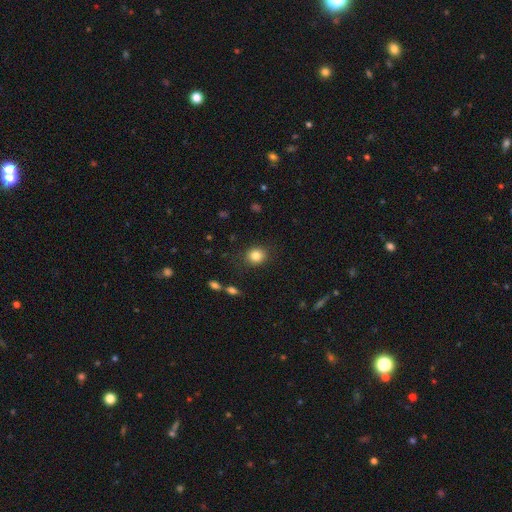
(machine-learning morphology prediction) Q: Smooth or featured?
A: smooth (83%); runner-up: star or artifact (10%)
Q: How rounded?
A: round (75%); runner-up: in between (24%)
Q: Merging?
A: none (87%); runner-up: minor disturbance (9%)